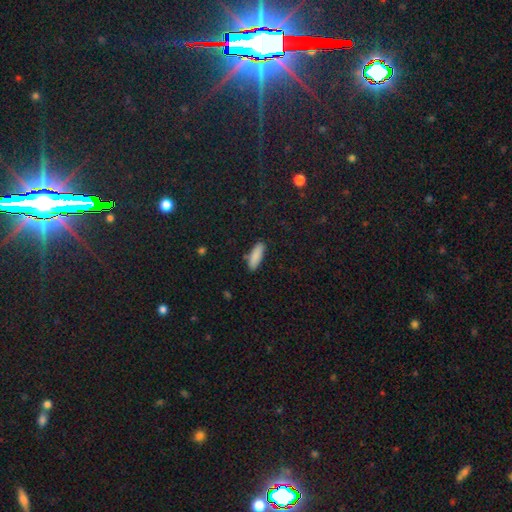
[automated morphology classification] A smooth galaxy with no disk features (87%) that is in between round and cigar-shaped (54%). Merging: none (84%).